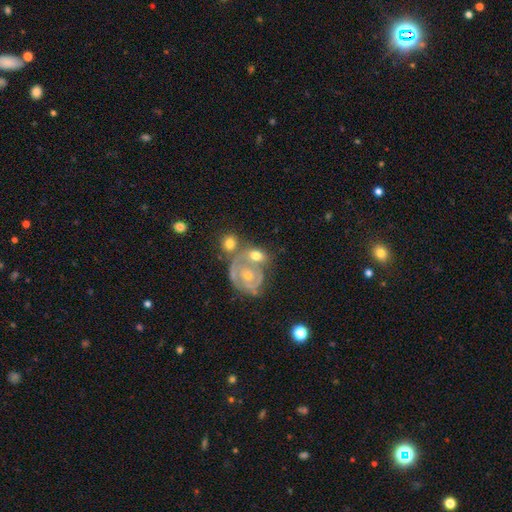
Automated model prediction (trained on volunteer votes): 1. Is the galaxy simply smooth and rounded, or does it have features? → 50% featured or disk, 42% smooth, 8% star or artifact.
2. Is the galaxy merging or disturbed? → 42% merger, 33% none, 16% minor disturbance, 9% major disturbance.